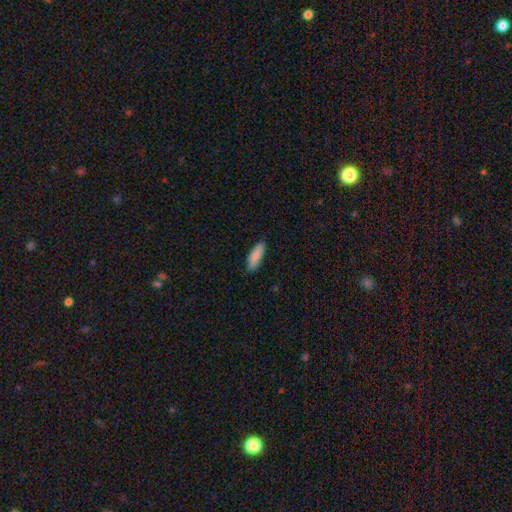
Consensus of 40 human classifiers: Smooth or featured: smooth — 88% (featured or disk — 12%)
How rounded: in between — 54% (cigar-shaped — 43%)
Merging: none — 78% (minor disturbance — 18%)